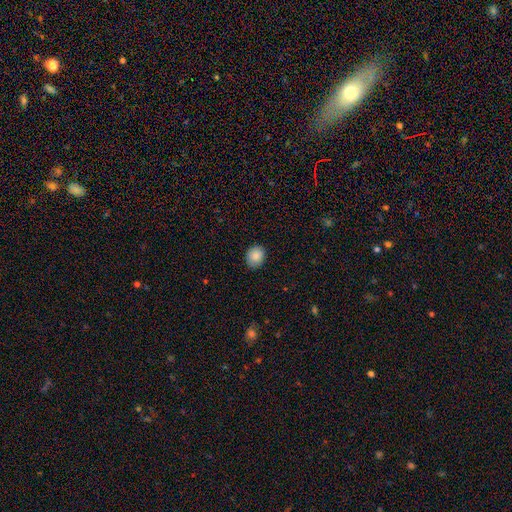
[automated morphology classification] This is clearly a smooth galaxy (87%). How rounded: likely round (61%). Merging: clearly none (85%).